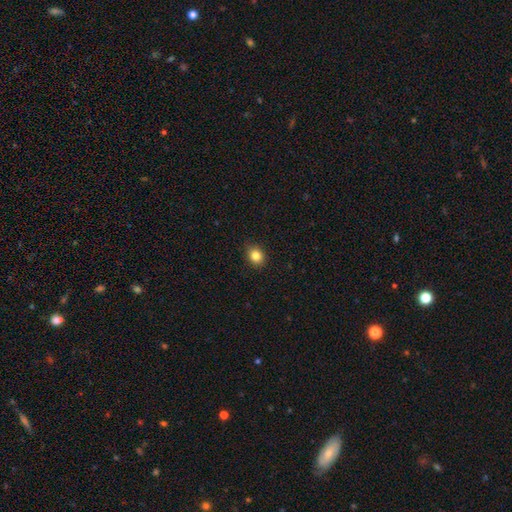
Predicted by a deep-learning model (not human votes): Smooth or featured? Predicted: smooth (p=0.84). How rounded? Predicted: round (p=0.53). Merging? Predicted: none (p=0.89).